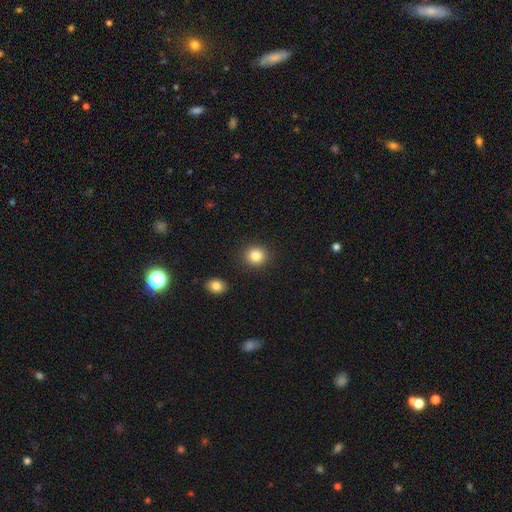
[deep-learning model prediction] Smooth or featured? Predicted: smooth (p=0.84). How rounded? Predicted: round (p=0.83). Merging? Predicted: none (p=0.89).